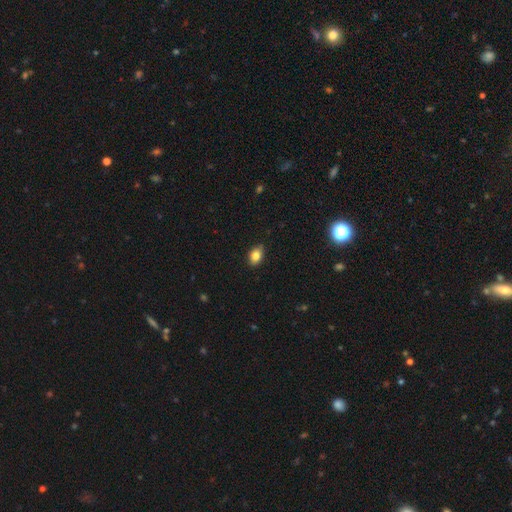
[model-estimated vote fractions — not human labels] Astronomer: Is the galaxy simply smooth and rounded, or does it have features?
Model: smooth — 84%.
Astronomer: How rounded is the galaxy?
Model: in between — 82%.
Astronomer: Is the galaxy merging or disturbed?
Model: none — 84%.